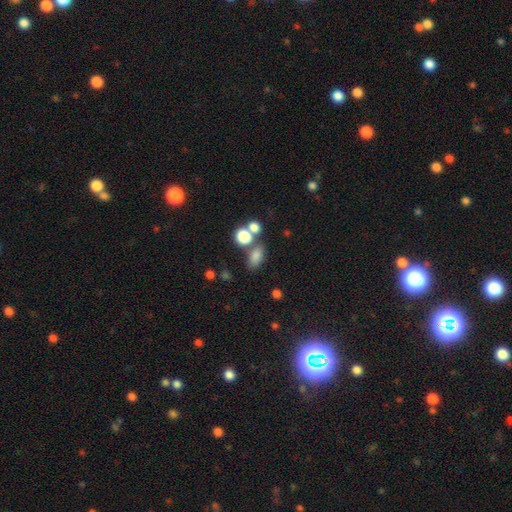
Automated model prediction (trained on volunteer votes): Morphology: type=smooth (78%); roundness=in between (76%); merging=none (56%).